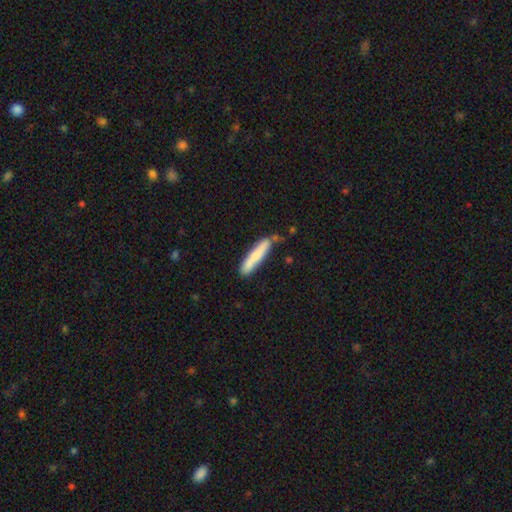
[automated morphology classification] type=smooth (71%); roundness=cigar-shaped (88%); merging=none (73%).